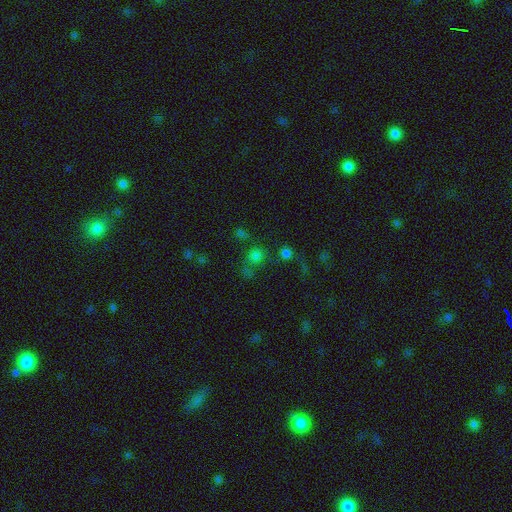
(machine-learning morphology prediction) Smooth or featured? smooth (66%)
How rounded? round (85%)
Merging? none (60%)